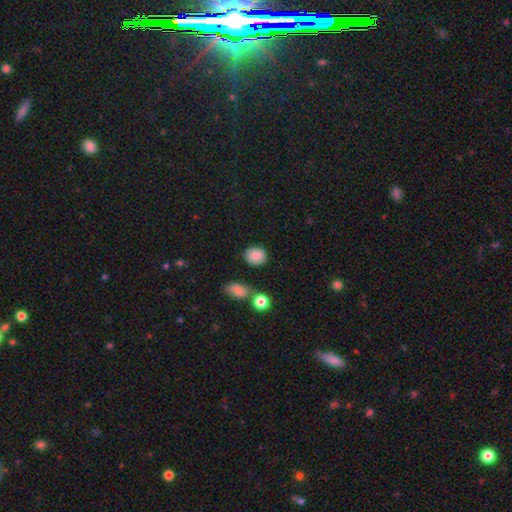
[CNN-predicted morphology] Overall: smooth (86%). How rounded: round (67%; in between 32%). Merging: none (82%).